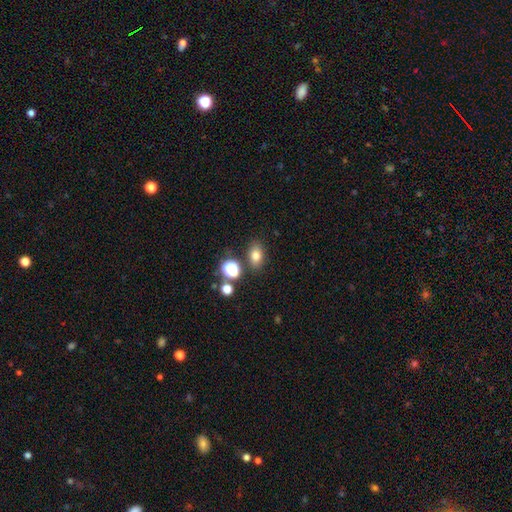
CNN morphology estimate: A smooth galaxy with no disk features (76%) that is in between round and cigar-shaped (74%). Merging: none (80%).